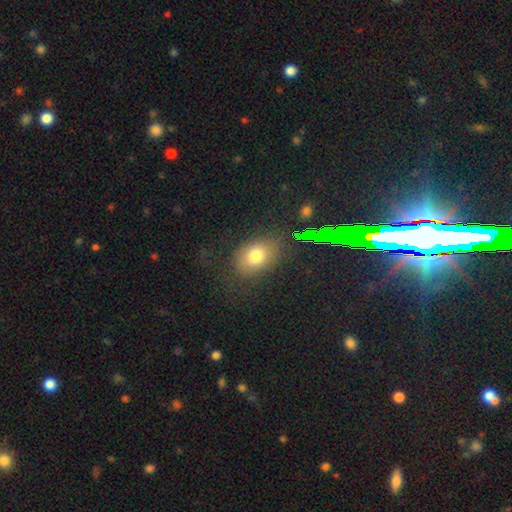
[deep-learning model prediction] A smooth galaxy with no disk features (73%) that is in between round and cigar-shaped (67%). Merging: none (71%).